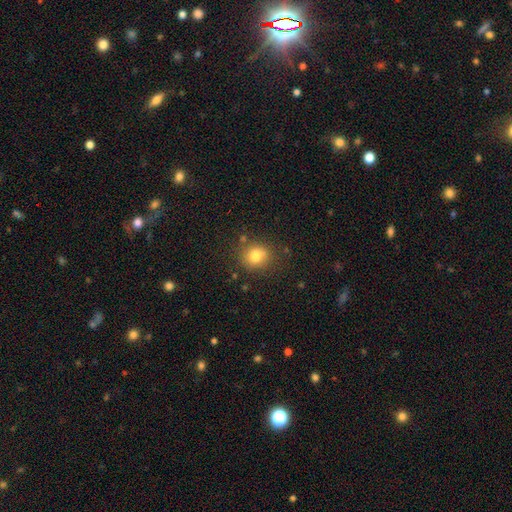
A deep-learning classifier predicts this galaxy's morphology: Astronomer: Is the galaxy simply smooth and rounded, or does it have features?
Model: smooth — 78%.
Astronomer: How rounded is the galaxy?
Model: round — 74%.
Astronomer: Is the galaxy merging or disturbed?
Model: none — 76%.